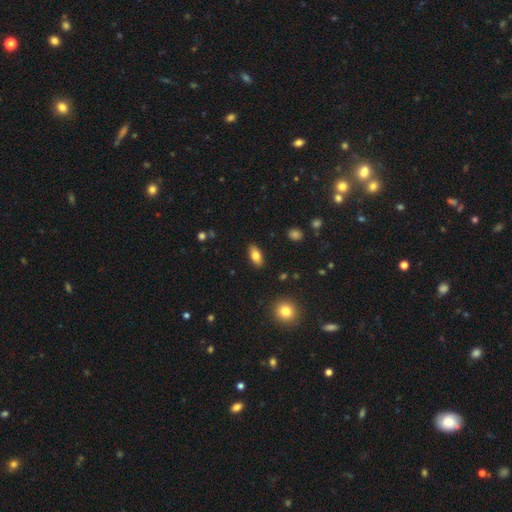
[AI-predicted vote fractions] Smooth or featured: smooth — 76% (featured or disk — 16%)
How rounded: in between — 87% (cigar-shaped — 9%)
Merging: none — 88% (minor disturbance — 9%)